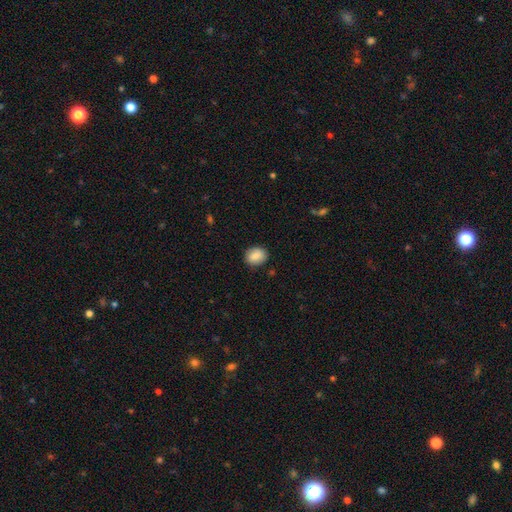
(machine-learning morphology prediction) smooth_or_featured: smooth (p=0.87) [alt: star or artifact p=0.08]
how_rounded: round (p=0.51) [alt: in between p=0.48]
merging: none (p=0.84) [alt: minor disturbance p=0.12]